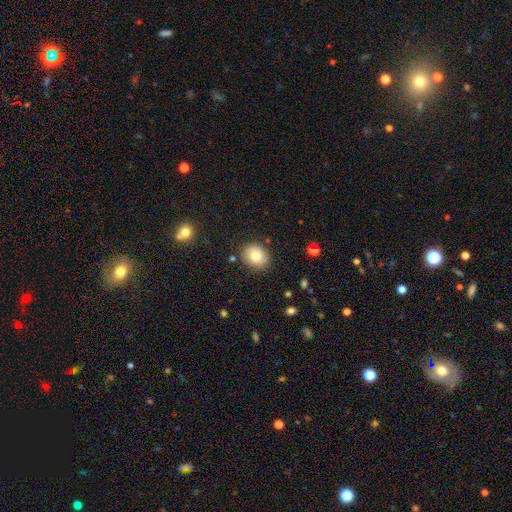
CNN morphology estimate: This appears to be a smooth galaxy with no disk features (77%) that is round (59%). Merging: none (82%).